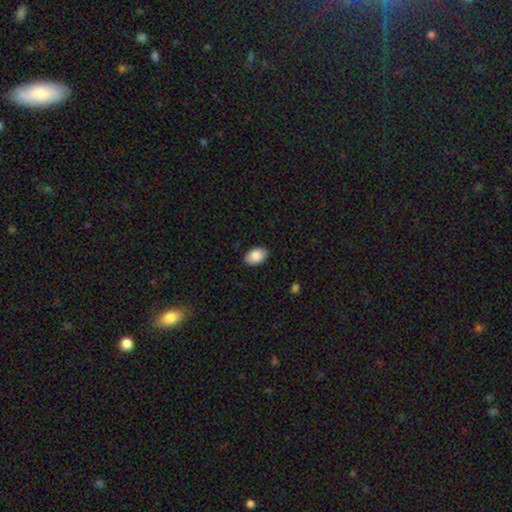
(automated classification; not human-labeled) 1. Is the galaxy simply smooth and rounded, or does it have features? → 87% smooth, 7% star or artifact, 6% featured or disk.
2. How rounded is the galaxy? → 88% in between, 11% round, 1% cigar-shaped.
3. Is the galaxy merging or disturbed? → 87% none, 10% minor disturbance, 2% major disturbance, 1% merger.